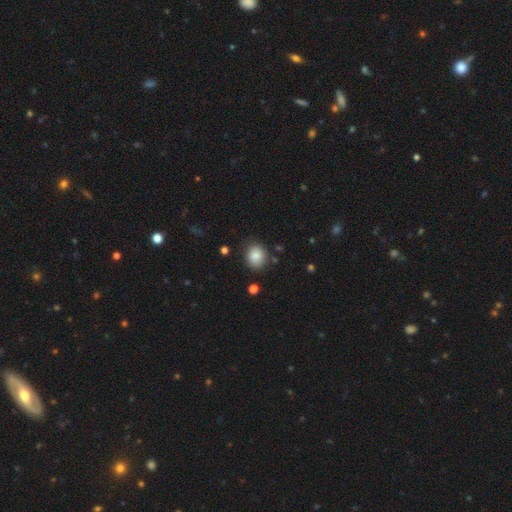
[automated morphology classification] A smooth galaxy with no disk features (86%) that is round (63%). Merging: none (82%).